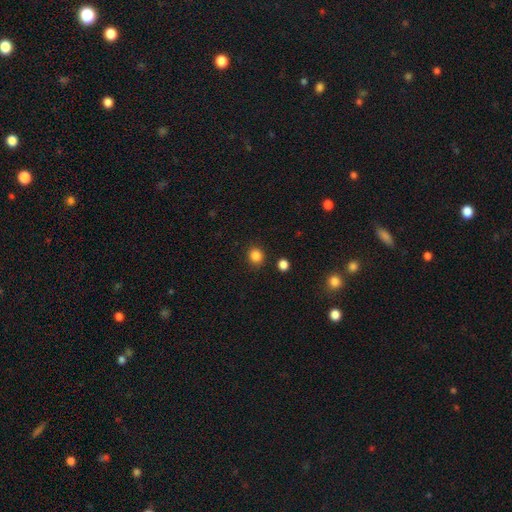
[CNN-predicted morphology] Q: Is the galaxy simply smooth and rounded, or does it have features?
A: smooth — 85%.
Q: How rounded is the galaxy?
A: round — 86%.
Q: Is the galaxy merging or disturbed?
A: none — 87%.